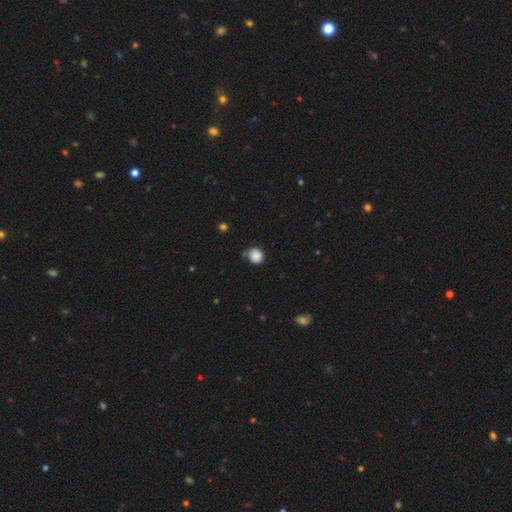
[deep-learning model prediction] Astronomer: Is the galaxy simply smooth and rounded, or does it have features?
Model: smooth — 87%.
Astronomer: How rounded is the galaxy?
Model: round — 89%.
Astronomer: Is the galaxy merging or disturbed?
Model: none — 78%.